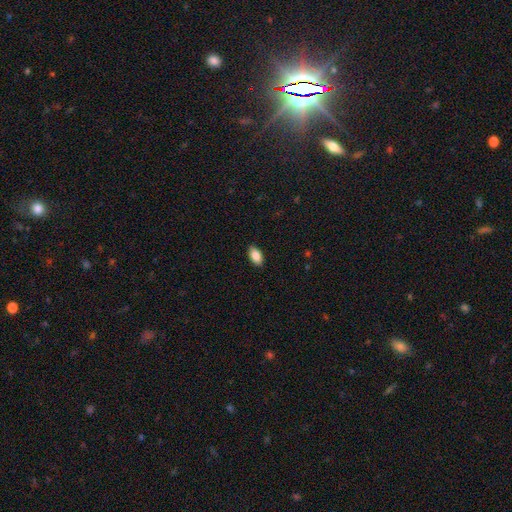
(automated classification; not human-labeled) A smooth galaxy with no disk features (87%) that is in between round and cigar-shaped (93%).

Vote fractions:
- Smooth or featured? smooth: 87% / star or artifact: 7% / featured or disk: 6%
- How rounded? in between: 93% / round: 3% / cigar-shaped: 3%
- Merging? none: 89% / minor disturbance: 8% / major disturbance: 2% / merger: 1%